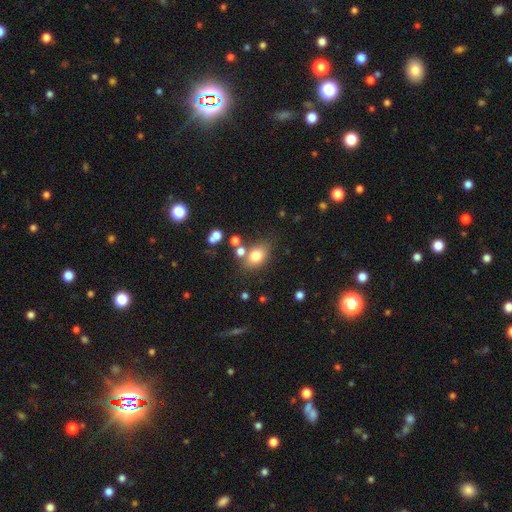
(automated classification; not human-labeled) Overall: smooth (77%). How rounded: in between (69%). Merging: none (67%).